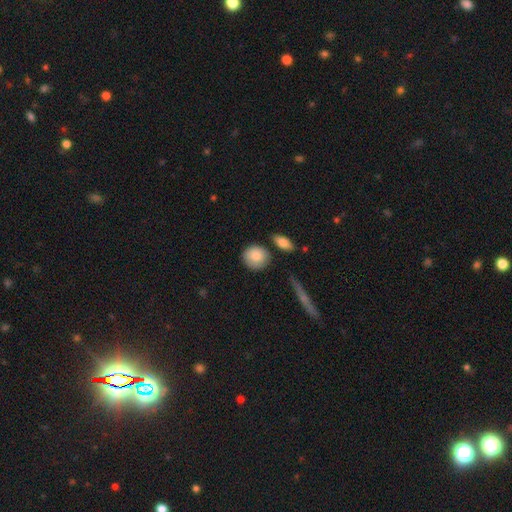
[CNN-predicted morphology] Q: Smooth or featured?
A: smooth (86%); runner-up: featured or disk (8%)
Q: How rounded?
A: round (79%); runner-up: in between (19%)
Q: Merging?
A: none (78%); runner-up: minor disturbance (14%)